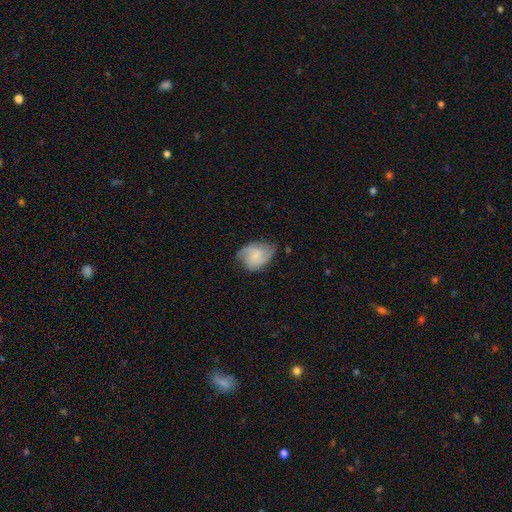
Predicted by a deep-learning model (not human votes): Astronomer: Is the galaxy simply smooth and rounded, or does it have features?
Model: featured or disk — 51% (runner-up: smooth, 41%).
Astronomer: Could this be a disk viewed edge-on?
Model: no — 97%.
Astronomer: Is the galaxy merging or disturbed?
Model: none — 56% (runner-up: minor disturbance, 32%).